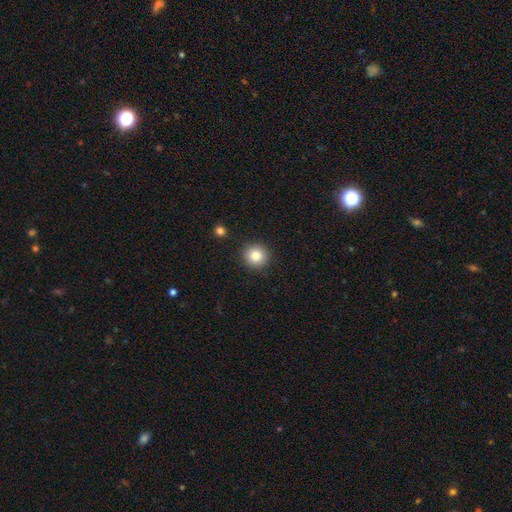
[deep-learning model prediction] Morphology: type=smooth (82%); roundness=round (94%); merging=none (91%).